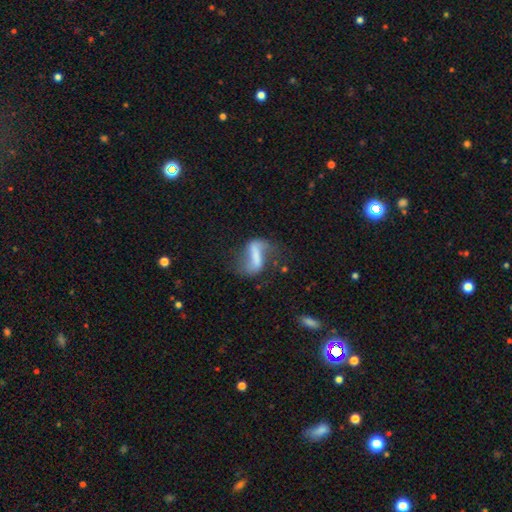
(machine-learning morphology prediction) This is likely a featured or disk galaxy (69%). It is clearly not viewed edge-on (93%). Bar: likely strong (64%). Spiral arm pattern: clearly yes (82%). Spiral arm count: clearly 2 (87%). Spiral winding: likely loose (77%). Central bulge: possibly none (55%). Merging: possibly none (49%).